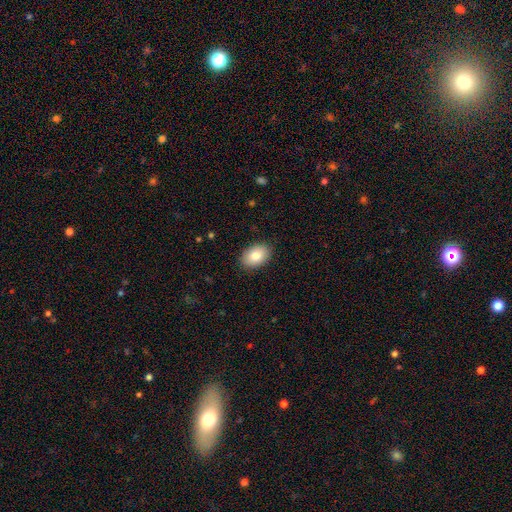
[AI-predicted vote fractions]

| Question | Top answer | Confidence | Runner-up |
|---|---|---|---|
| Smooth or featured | smooth | 83% | featured or disk (10%) |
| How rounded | in between | 88% | round (11%) |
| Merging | none | 89% | minor disturbance (8%) |